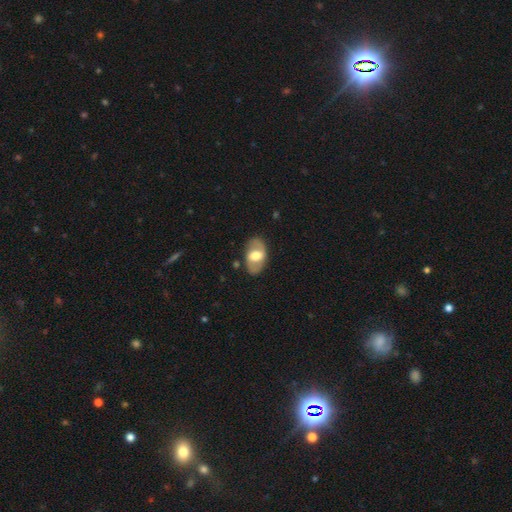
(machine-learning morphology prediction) smooth_or_featured: featured or disk (p=0.47) [tied with: smooth p=0.47]
merging: none (p=0.80) [alt: minor disturbance p=0.14]